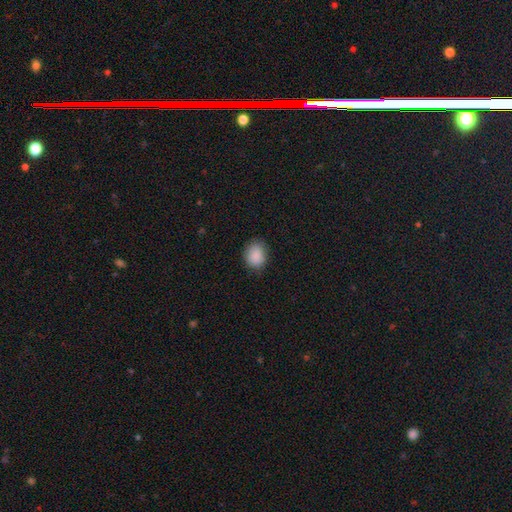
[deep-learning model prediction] Morphology: type=smooth (89%); roundness=in between (50%); merging=none (80%).